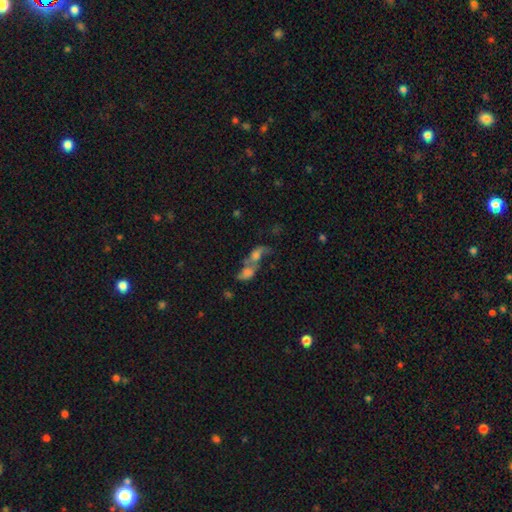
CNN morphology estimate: This is possibly a smooth galaxy (45%). Merging: likely merger (68%).